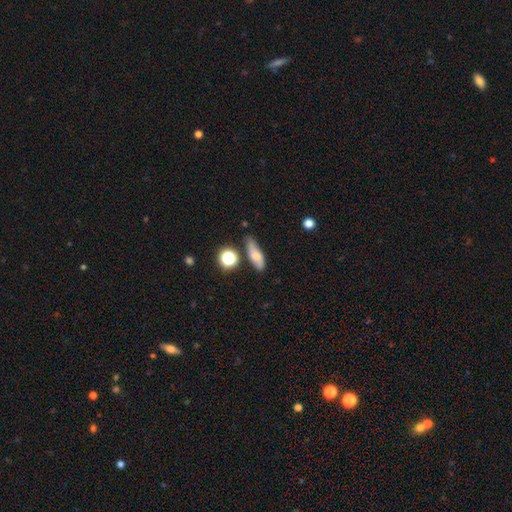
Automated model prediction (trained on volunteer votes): Smooth or featured? smooth (63%)
How rounded? in between (51%)
Merging? none (64%)